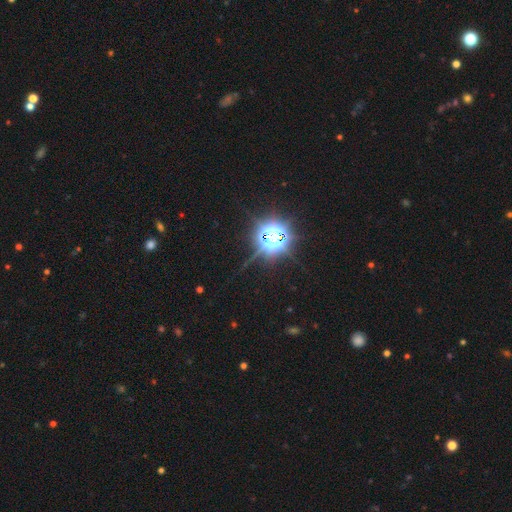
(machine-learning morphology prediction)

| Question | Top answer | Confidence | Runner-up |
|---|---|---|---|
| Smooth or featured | star or artifact | 85% | smooth (10%) |